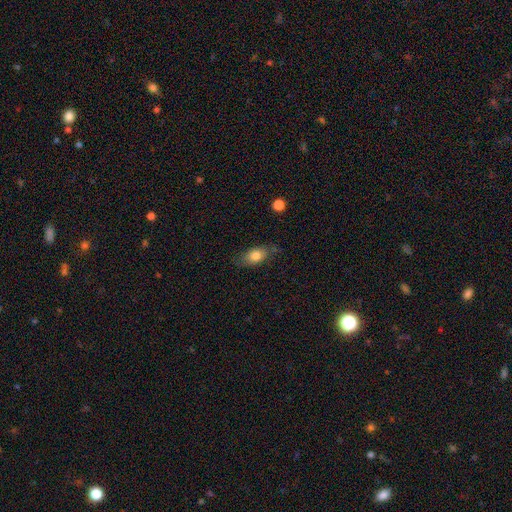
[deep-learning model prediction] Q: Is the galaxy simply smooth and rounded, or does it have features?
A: smooth — 76%.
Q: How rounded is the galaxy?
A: in between — 83%.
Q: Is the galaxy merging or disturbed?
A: none — 68%.